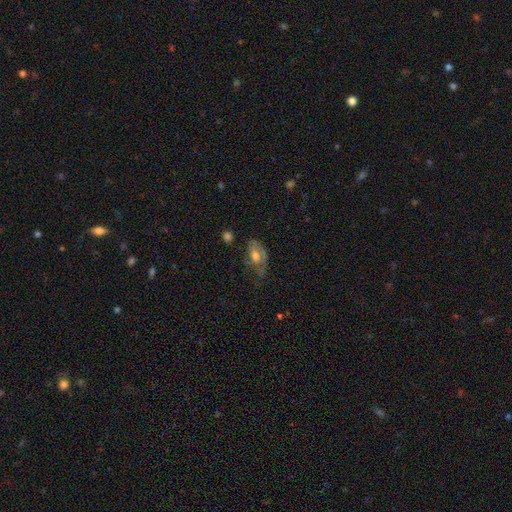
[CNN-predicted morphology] A featured or disk galaxy (48%).

Vote fractions:
- Smooth or featured? featured or disk: 48% / smooth: 43% / star or artifact: 9%
- Merging? none: 40% / minor disturbance: 30% / major disturbance: 26% / merger: 3%